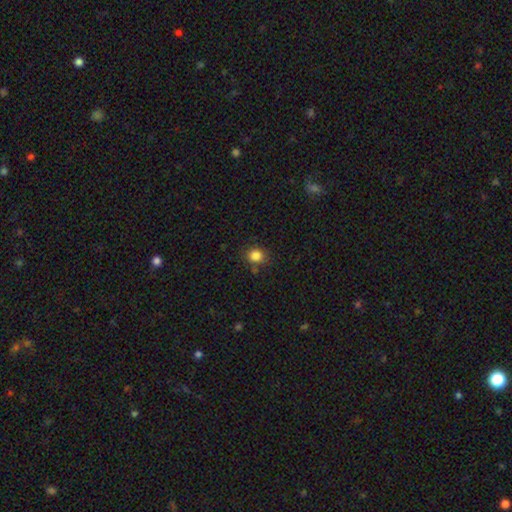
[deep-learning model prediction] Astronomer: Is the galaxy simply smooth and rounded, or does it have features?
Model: smooth — 84%.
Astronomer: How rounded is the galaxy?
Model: round — 71%.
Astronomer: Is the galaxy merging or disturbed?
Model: none — 80%.